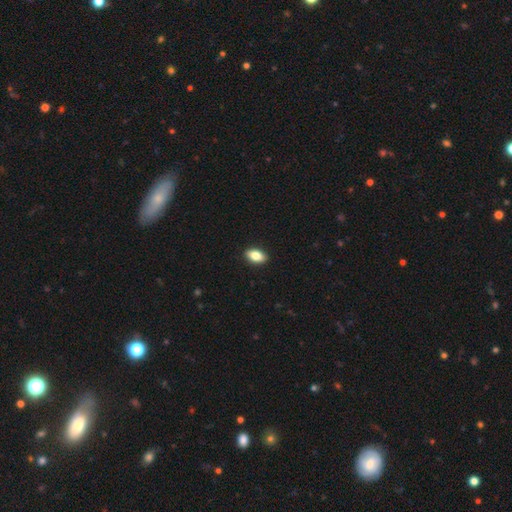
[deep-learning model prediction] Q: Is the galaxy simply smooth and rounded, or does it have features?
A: smooth — 81%.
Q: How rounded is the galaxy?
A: in between — 88%.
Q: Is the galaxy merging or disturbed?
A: none — 91%.